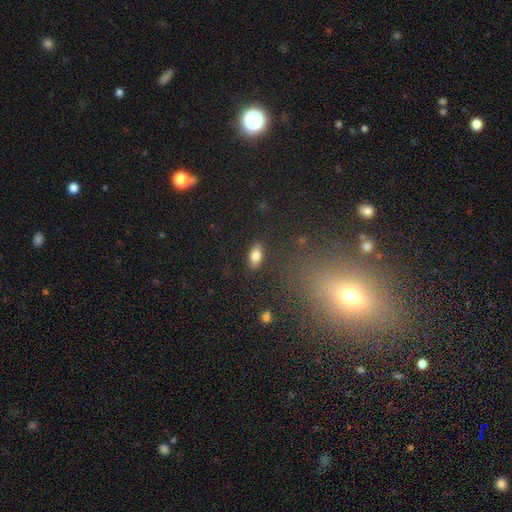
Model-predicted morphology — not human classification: A smooth galaxy with no disk features (82%) that is in between round and cigar-shaped (90%).

Vote fractions:
- Smooth or featured? smooth: 82% / featured or disk: 9% / star or artifact: 9%
- How rounded? in between: 90% / round: 5% / cigar-shaped: 5%
- Merging? none: 87% / minor disturbance: 9% / major disturbance: 3% / merger: 1%